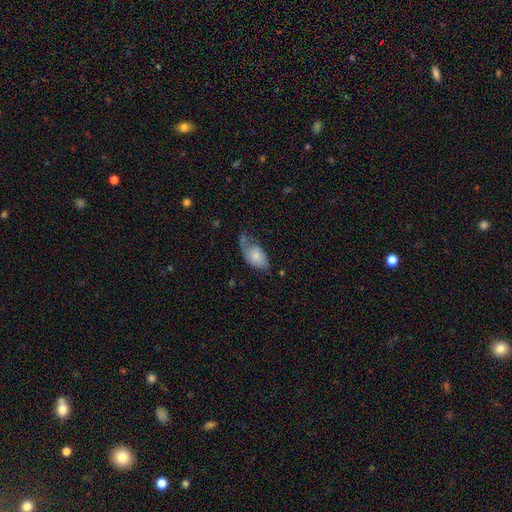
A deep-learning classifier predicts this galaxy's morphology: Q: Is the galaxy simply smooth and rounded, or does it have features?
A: smooth — 68%.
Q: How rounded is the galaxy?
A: in between — 92%.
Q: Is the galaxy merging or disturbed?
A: minor disturbance — 37%.